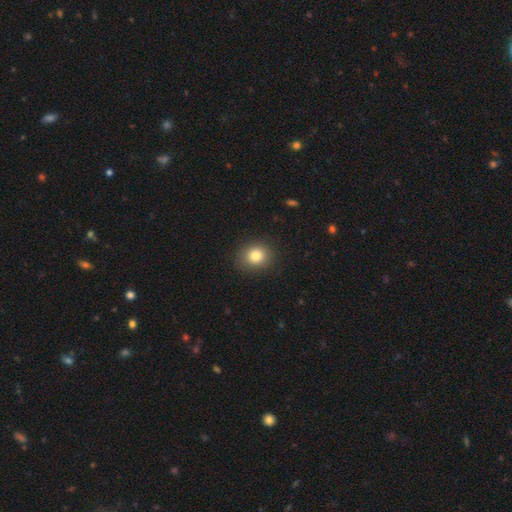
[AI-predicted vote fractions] smooth_or_featured: smooth (p=0.82) [alt: star or artifact p=0.11]
how_rounded: round (p=0.76) [alt: in between p=0.24]
merging: none (p=0.88) [alt: minor disturbance p=0.08]